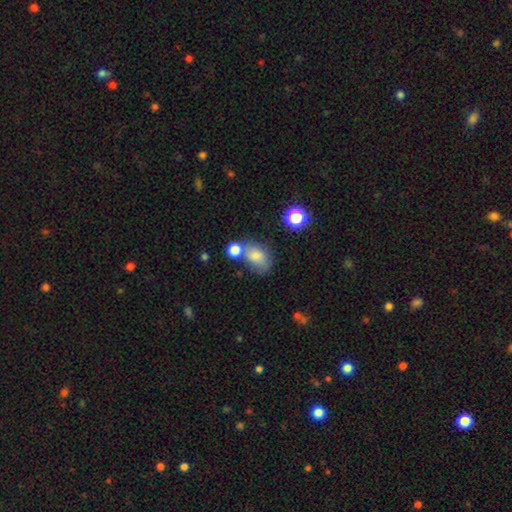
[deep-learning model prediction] This is likely a smooth galaxy (78%). How rounded: likely in between (77%). Merging: possibly none (45%).